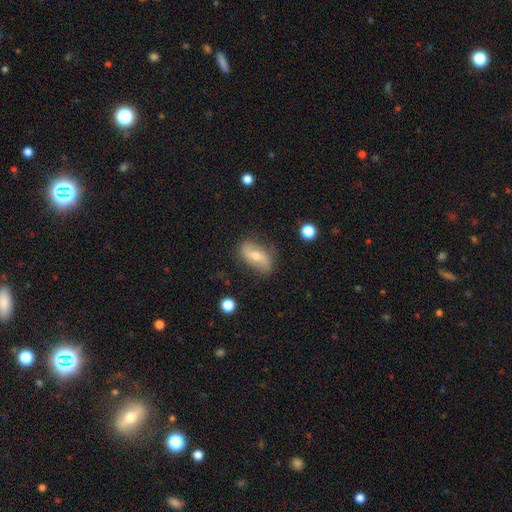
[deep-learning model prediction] This is possibly a featured or disk galaxy (48%). Merging: likely none (71%).